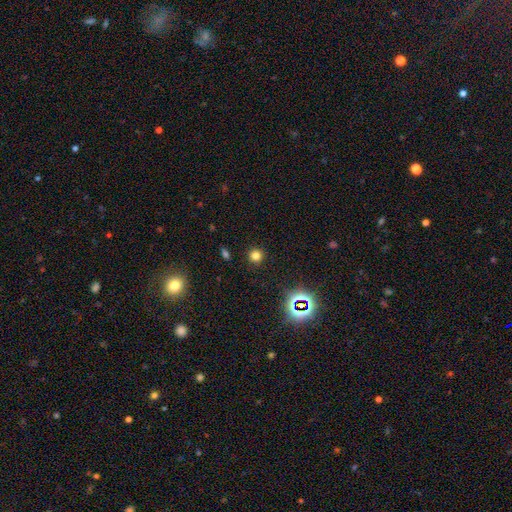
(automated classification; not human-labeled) smooth-or-featured: smooth: 74% | star or artifact: 21% | featured or disk: 5%
  how-rounded: round: 93% | in between: 6% | cigar-shaped: 1%
  merging: none: 91% | minor disturbance: 6% | major disturbance: 2% | merger: 1%